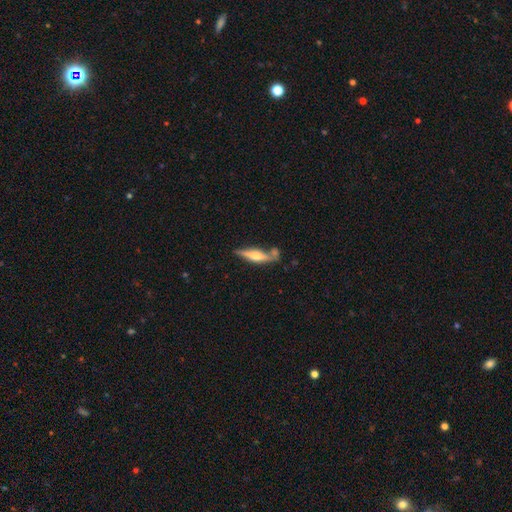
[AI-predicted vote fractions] This is possibly a featured or disk galaxy (58%). It is clearly viewed edge-on (93%). Edge-on bulge: likely rounded (77%). Merging: likely none (61%).